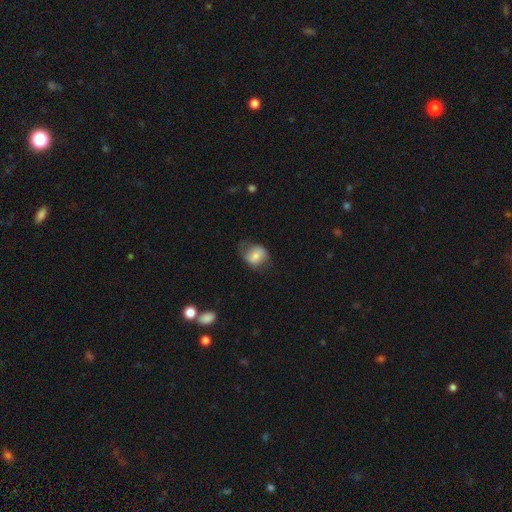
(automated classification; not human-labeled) Smooth or featured? Predicted: smooth (p=0.70). How rounded? Predicted: round (p=0.55). Merging? Predicted: none (p=0.57).